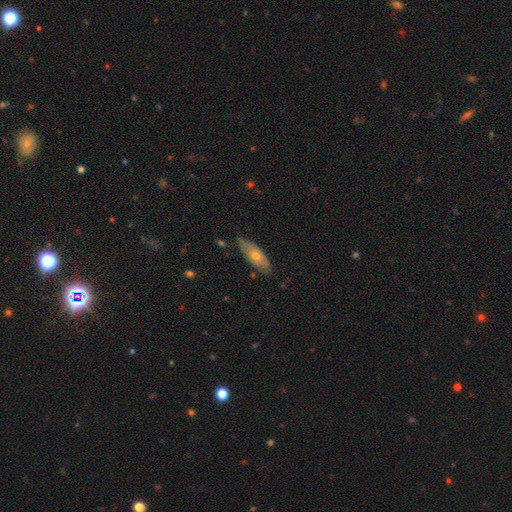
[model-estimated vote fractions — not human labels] This appears to be a featured or disk galaxy (47%). Merging: none (75%).